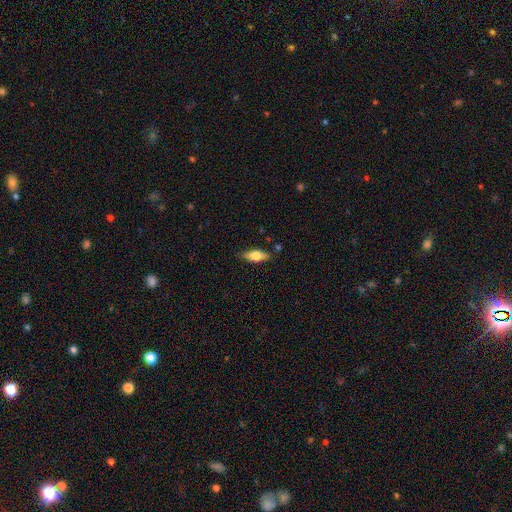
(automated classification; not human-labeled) smooth 62%, featured or disk 32%, star or artifact 7%. Down the decision tree: how rounded — in between (72%); merging — none (83%).